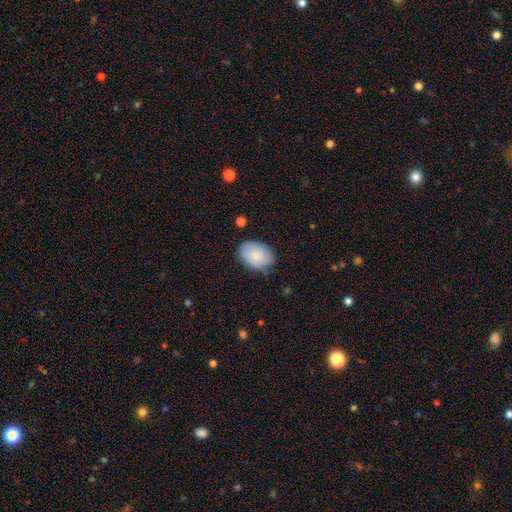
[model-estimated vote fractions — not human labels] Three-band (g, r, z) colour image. It shows a smooth galaxy with no disk features (81%) that is in between round and cigar-shaped (82%). Merging: none (77%).